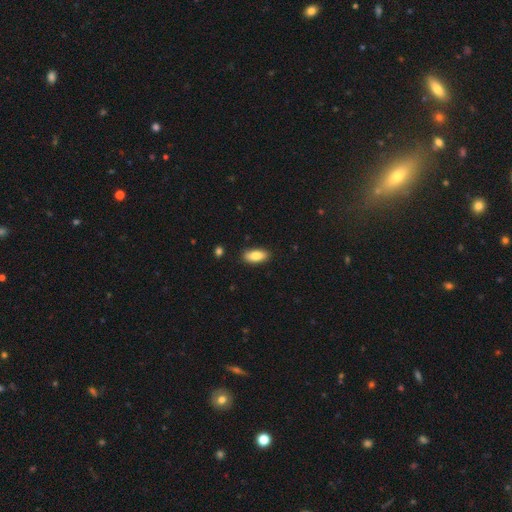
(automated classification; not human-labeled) The model was most divided on "smooth or featured": smooth: 84%, featured or disk: 9%, star or artifact: 7%. More confident: how rounded — in between (87%); merging — none (86%).